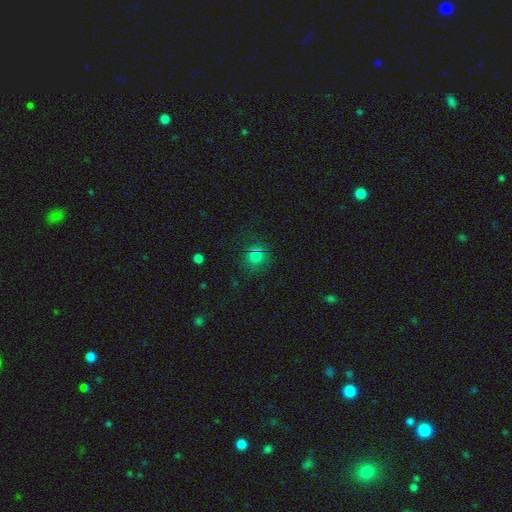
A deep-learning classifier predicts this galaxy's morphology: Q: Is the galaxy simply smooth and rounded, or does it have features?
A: smooth — 78%.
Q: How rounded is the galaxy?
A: round — 84%.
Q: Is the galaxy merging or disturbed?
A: none — 78%.